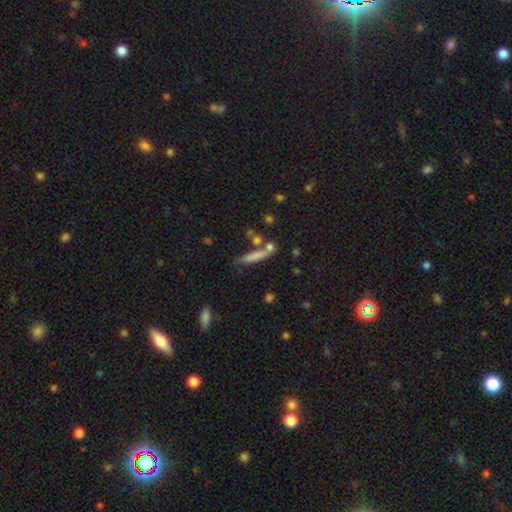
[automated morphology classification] Overall: smooth (71%). How rounded: cigar-shaped (83%). Merging: none (60%).